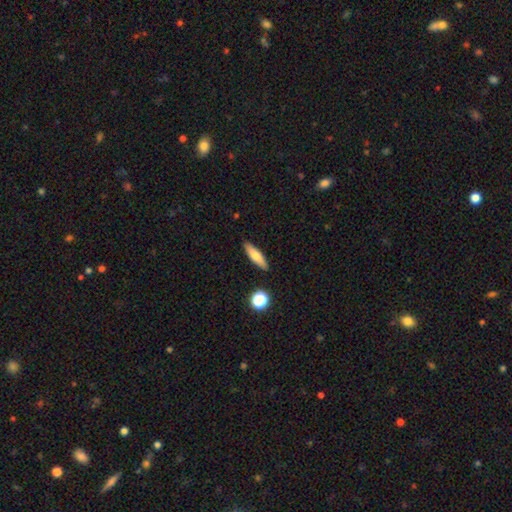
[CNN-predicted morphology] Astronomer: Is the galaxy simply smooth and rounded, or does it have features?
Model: smooth — 70%.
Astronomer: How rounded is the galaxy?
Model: cigar-shaped — 62%.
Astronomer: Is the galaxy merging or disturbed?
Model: none — 88%.